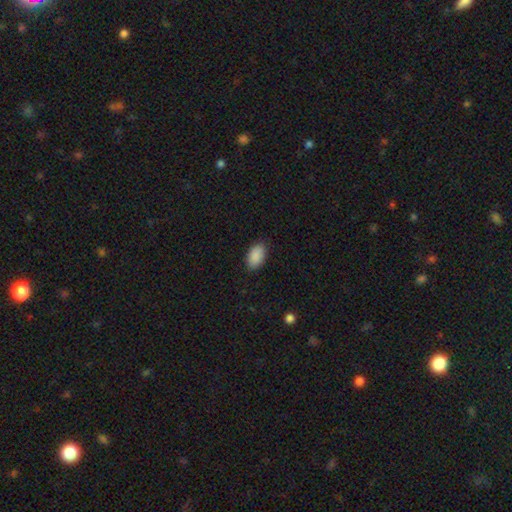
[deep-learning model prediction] smooth-or-featured: smooth: 90% | star or artifact: 7% | featured or disk: 3%
  how-rounded: in between: 93% | round: 5% | cigar-shaped: 1%
  merging: none: 87% | minor disturbance: 10% | major disturbance: 2% | merger: 1%